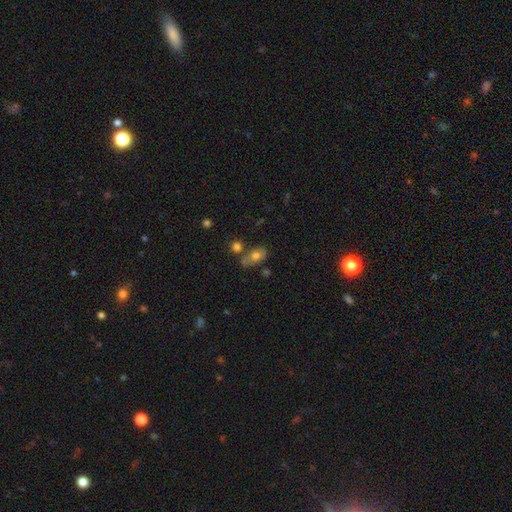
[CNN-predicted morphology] Q: Smooth or featured?
A: smooth (66%); runner-up: featured or disk (25%)
Q: How rounded?
A: in between (82%); runner-up: round (15%)
Q: Merging?
A: none (55%); runner-up: merger (21%)